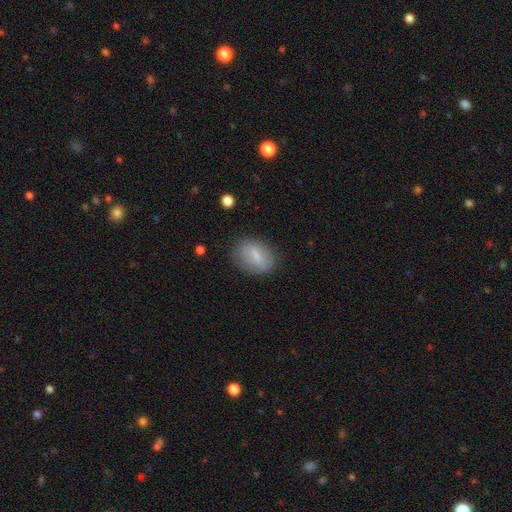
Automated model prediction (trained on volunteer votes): Q: Smooth or featured?
A: smooth (68%); runner-up: featured or disk (25%)
Q: How rounded?
A: in between (82%); runner-up: round (16%)
Q: Merging?
A: none (76%); runner-up: minor disturbance (18%)